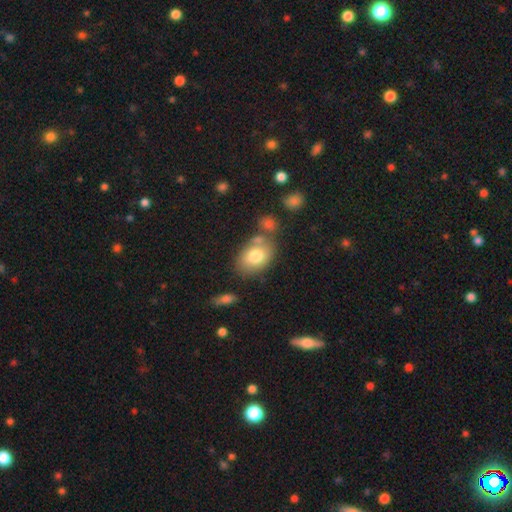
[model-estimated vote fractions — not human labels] This is likely a smooth galaxy (75%). How rounded: likely in between (80%). Merging: likely none (60%).